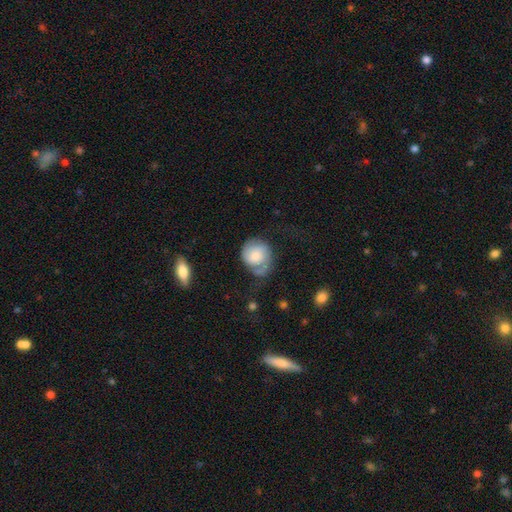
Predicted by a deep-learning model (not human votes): Smooth or featured? Predicted: featured or disk (p=0.51). Edge-on disk? Predicted: no (p=0.97). Bar? Predicted: no (p=0.72). Spiral arms? Predicted: yes (p=0.85). Bulge size? Predicted: moderate (p=0.35). Merging? Predicted: none (p=0.44).